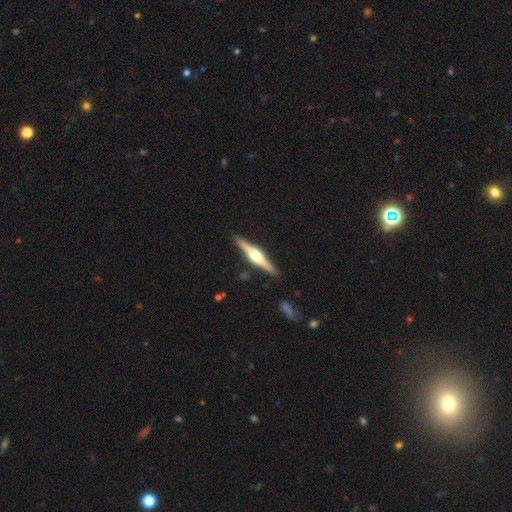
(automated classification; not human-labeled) Smooth or featured?
  - featured or disk: 77% *
  - smooth: 18%
  - star or artifact: 5%
Edge-on disk?
  - yes: 98% *
  - no: 2%
Edge-on bulge?
  - rounded: 94% *
  - boxy: 5%
  - none: 2%
Merging?
  - none: 90% *
  - minor disturbance: 7%
  - major disturbance: 1%
  - merger: 1%